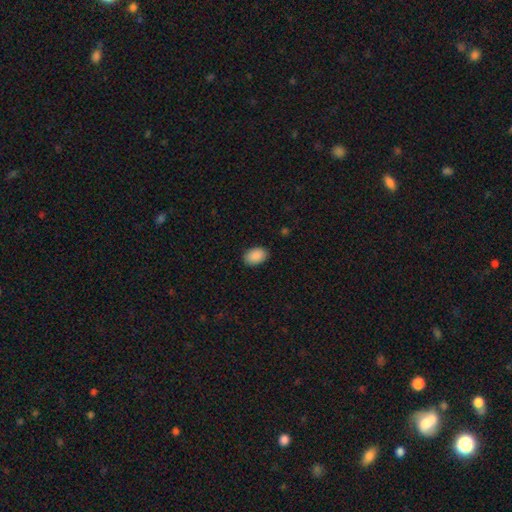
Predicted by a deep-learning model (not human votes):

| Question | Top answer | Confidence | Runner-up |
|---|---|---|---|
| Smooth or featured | smooth | 90% | star or artifact (7%) |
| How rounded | in between | 87% | round (12%) |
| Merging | none | 88% | minor disturbance (9%) |